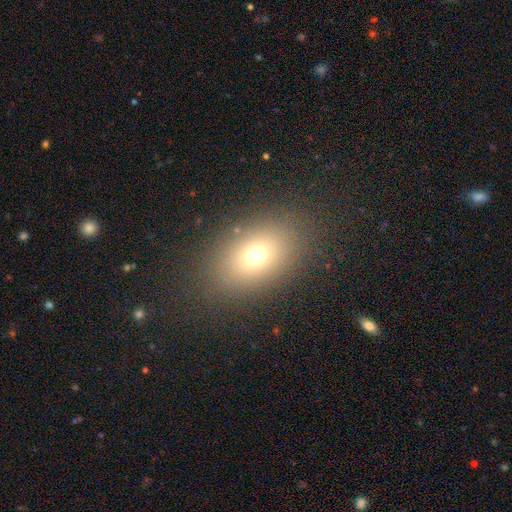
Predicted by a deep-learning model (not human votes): A smooth galaxy with no disk features (71%) that is in between round and cigar-shaped (81%).

Vote fractions:
- Smooth or featured? smooth: 71% / star or artifact: 15% / featured or disk: 15%
- How rounded? in between: 81% / round: 17% / cigar-shaped: 2%
- Merging? none: 84% / minor disturbance: 9% / major disturbance: 5% / merger: 1%